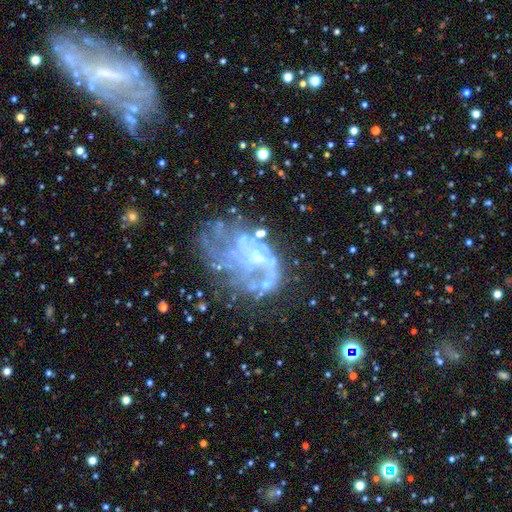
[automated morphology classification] Overall: featured or disk (72%). Edge-on disk: no (98%). Bar: no (79%). Spiral arms: no (57%; yes 43%). Bulge size: none (51%; small 29%). Merging: none (41%; major disturbance 31%).